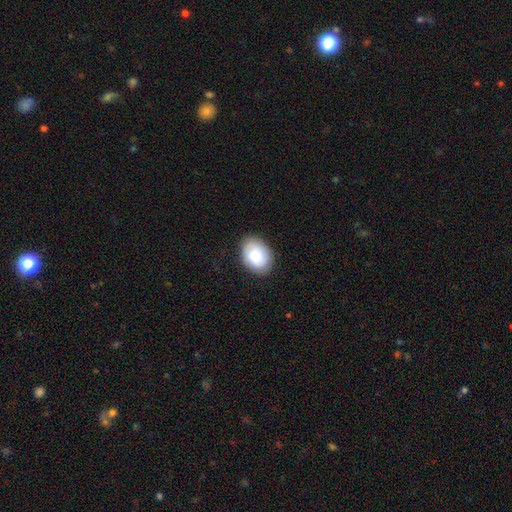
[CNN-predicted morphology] smooth_or_featured: smooth (p=0.83) [alt: featured or disk p=0.11]
how_rounded: in between (p=0.80) [alt: round p=0.19]
merging: none (p=0.83) [alt: minor disturbance p=0.13]